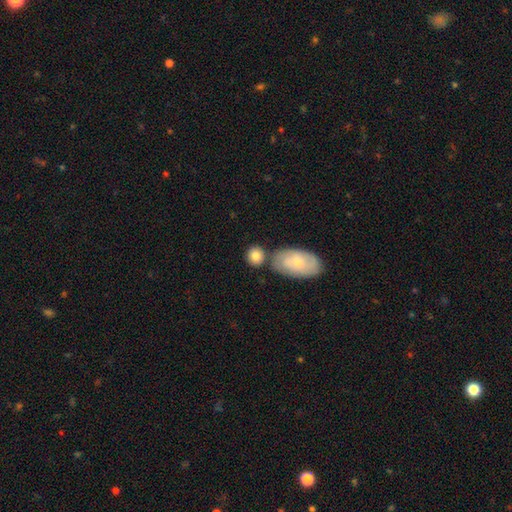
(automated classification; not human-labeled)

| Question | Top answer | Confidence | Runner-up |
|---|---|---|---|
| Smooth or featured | smooth | 81% | featured or disk (13%) |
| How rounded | round | 71% | in between (27%) |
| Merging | none | 64% | merger (21%) |